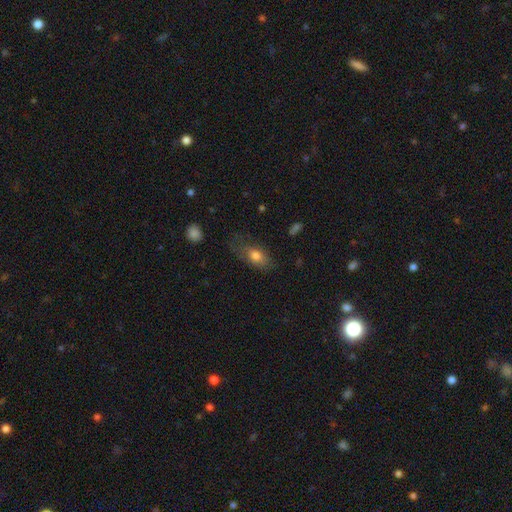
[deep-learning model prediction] This appears to be a smooth galaxy with no disk features (73%) that is in between round and cigar-shaped (86%). Merging: none (55%).